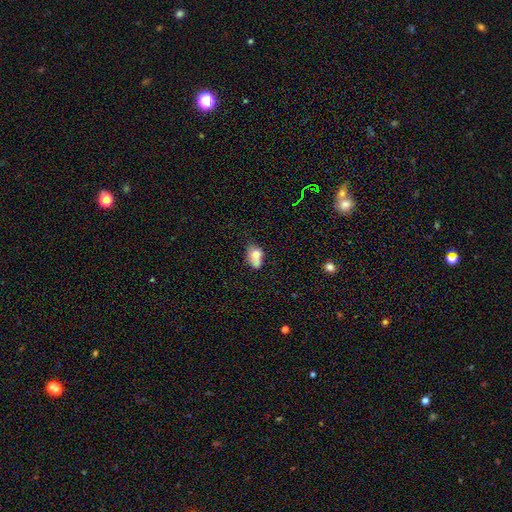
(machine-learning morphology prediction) A smooth galaxy with no disk features (74%) that is in between round and cigar-shaped (77%). Merging: none (36%).